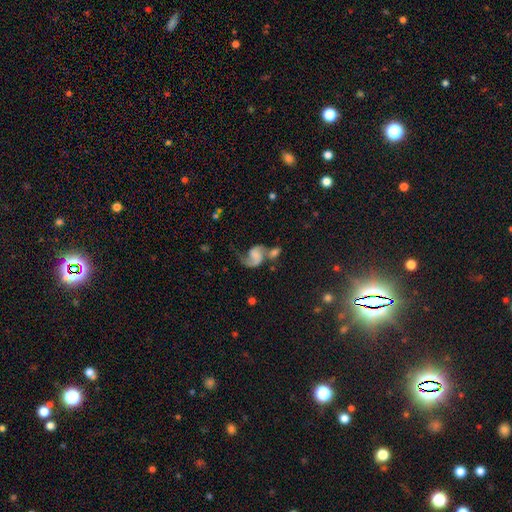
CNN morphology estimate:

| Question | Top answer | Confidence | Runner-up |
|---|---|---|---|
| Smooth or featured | featured or disk | 68% | smooth (23%) |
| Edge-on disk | no | 98% | yes (2%) |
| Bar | no | 59% | weak (31%) |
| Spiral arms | yes | 90% | no (10%) |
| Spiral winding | loose | 58% | medium (33%) |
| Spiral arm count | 2 | 62% | 1 (32%) |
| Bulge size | none | 52% | small (21%) |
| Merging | merger | 37% | none (26%) |